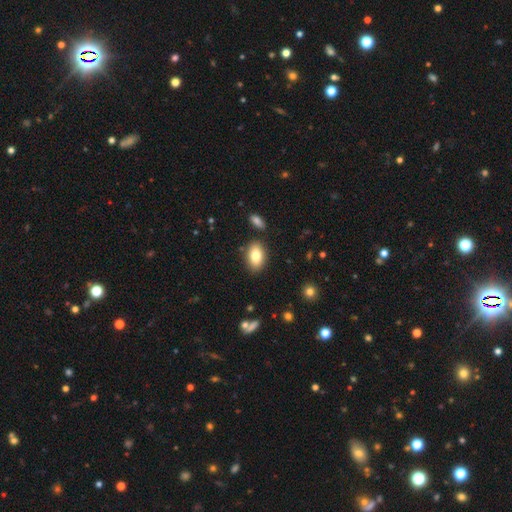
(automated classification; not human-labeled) Smooth or featured: smooth — 81% (featured or disk — 11%)
How rounded: in between — 90% (round — 8%)
Merging: none — 83% (minor disturbance — 10%)